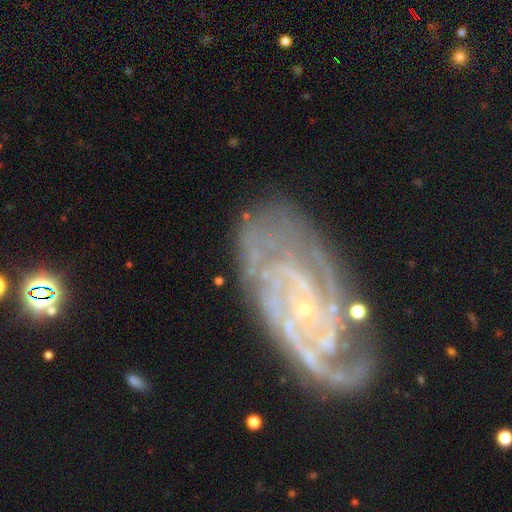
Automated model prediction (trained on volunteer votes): Smooth or featured? featured or disk (90%)
Edge-on disk? no (97%)
Bar? no (63%)
Spiral arms? yes (98%)
Spiral winding? tight (58%)
Spiral arm count? 3 (27%)
Bulge size? small (86%)
Merging? none (68%)